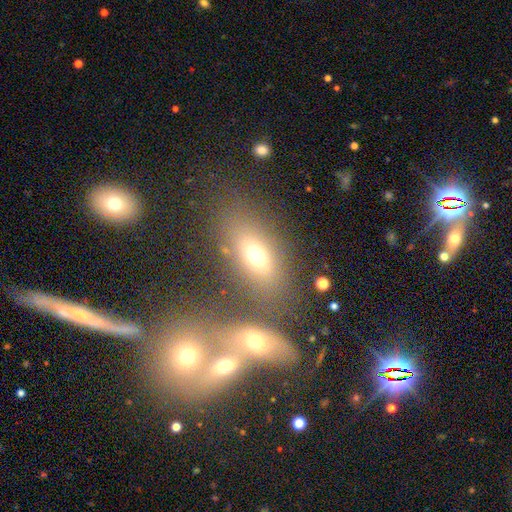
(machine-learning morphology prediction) This appears to be a smooth galaxy with no disk features (66%) that is in between round and cigar-shaped (79%). Merging: none (62%).